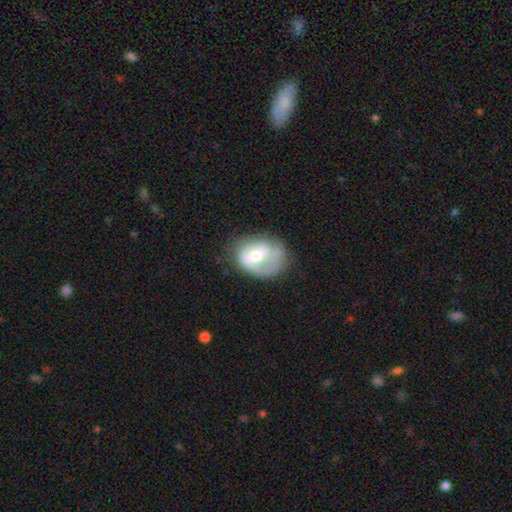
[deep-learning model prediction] Smooth or featured? Predicted: featured or disk (p=0.57). Edge-on disk? Predicted: no (p=0.97). Bar? Predicted: no (p=0.57). Spiral arms? Predicted: yes (p=0.62). Bulge size? Predicted: moderate (p=0.61). Merging? Predicted: none (p=0.42).